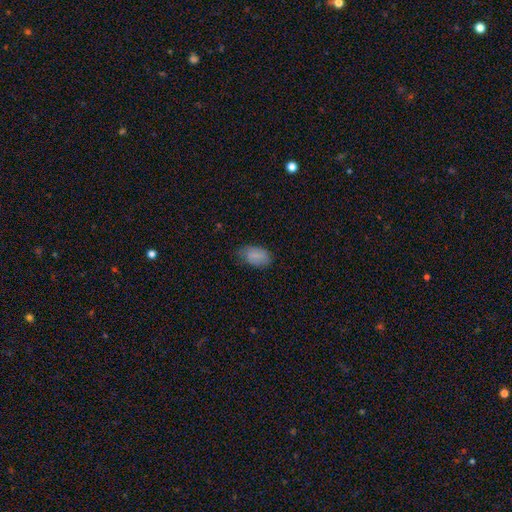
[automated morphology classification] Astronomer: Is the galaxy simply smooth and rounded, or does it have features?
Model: smooth — 83%.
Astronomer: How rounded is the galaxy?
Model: in between — 91%.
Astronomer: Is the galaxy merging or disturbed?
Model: none — 67%.